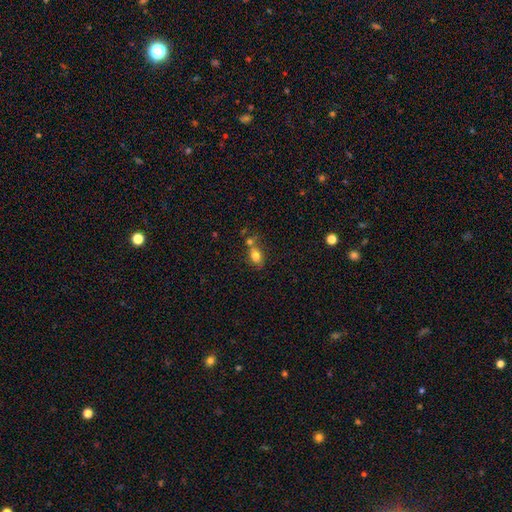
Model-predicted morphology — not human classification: Smooth or featured: smooth — 76% (featured or disk — 13%)
How rounded: in between — 67% (round — 30%)
Merging: none — 48% (merger — 29%)